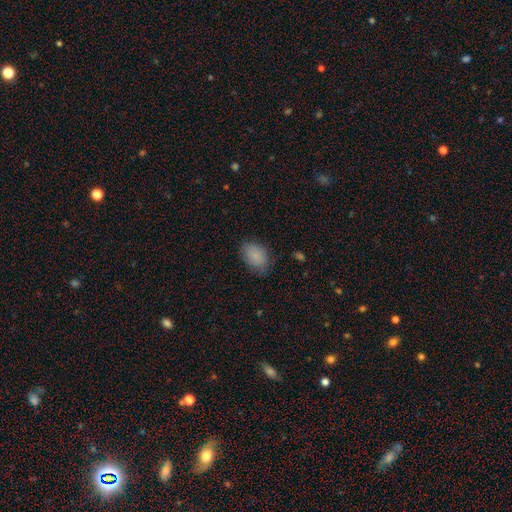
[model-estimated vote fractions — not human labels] Q: Smooth or featured?
A: smooth (86%); runner-up: star or artifact (8%)
Q: How rounded?
A: in between (82%); runner-up: round (17%)
Q: Merging?
A: none (73%); runner-up: minor disturbance (21%)